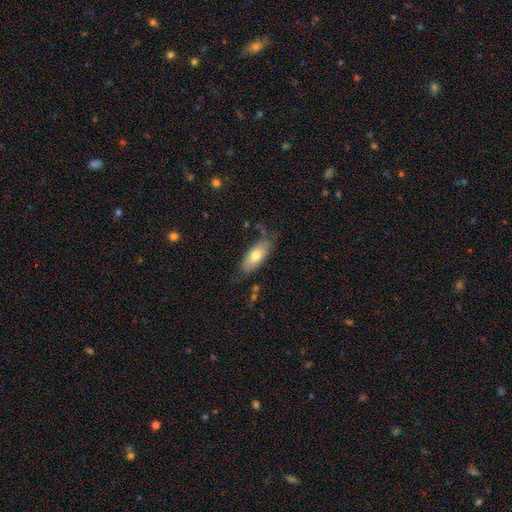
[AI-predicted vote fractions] Smooth or featured? smooth (71%)
How rounded? in between (81%)
Merging? none (69%)